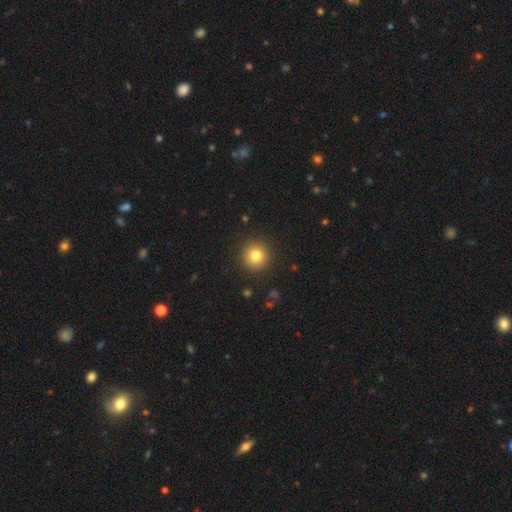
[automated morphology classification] This appears to be a smooth galaxy with no disk features (81%) that is round (95%). Merging: none (91%).